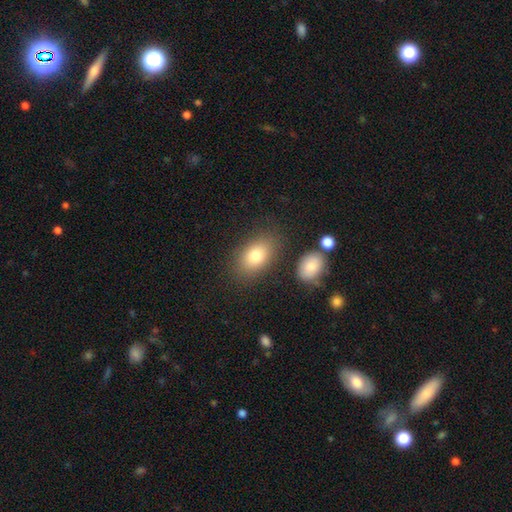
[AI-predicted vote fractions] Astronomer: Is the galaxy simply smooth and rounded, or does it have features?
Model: smooth — 79%.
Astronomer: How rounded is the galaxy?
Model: in between — 86%.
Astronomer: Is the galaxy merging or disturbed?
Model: none — 80%.